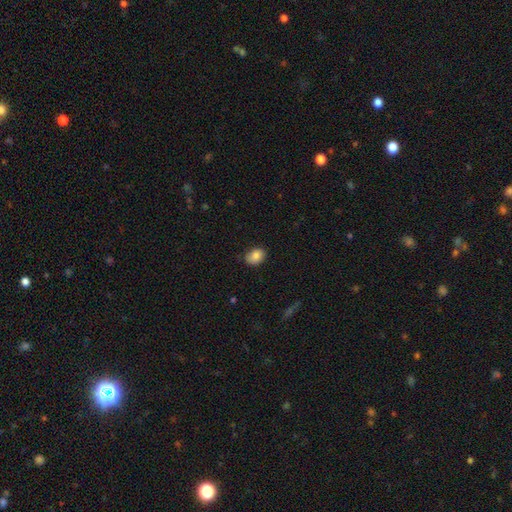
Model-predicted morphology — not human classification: Smooth or featured?
  - smooth: 84% *
  - star or artifact: 8%
  - featured or disk: 8%
How rounded?
  - in between: 71% *
  - round: 28%
  - cigar-shaped: 1%
Merging?
  - none: 79% *
  - minor disturbance: 17%
  - major disturbance: 3%
  - merger: 1%